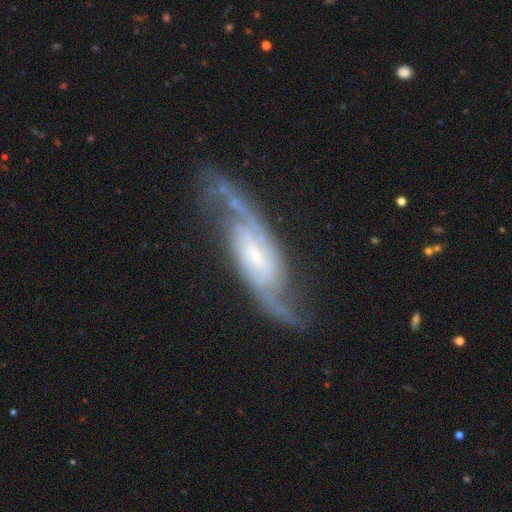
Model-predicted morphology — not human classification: This is clearly a featured or disk galaxy (88%). It is clearly not viewed edge-on (89%). Bar: marginally weak (45%). Spiral arm pattern: clearly yes (97%). Spiral arm count: clearly 2 (88%). Spiral winding: possibly medium (47%). Central bulge: likely small (65%). Merging: likely none (71%).